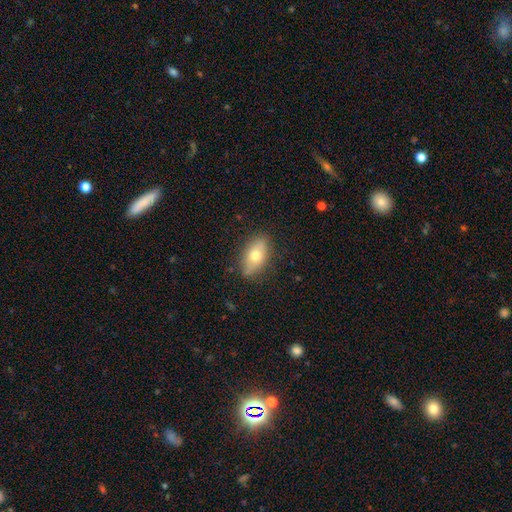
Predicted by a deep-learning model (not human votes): smooth 64%, featured or disk 29%, star or artifact 7%. Down the decision tree: how rounded — in between (87%); merging — none (83%).